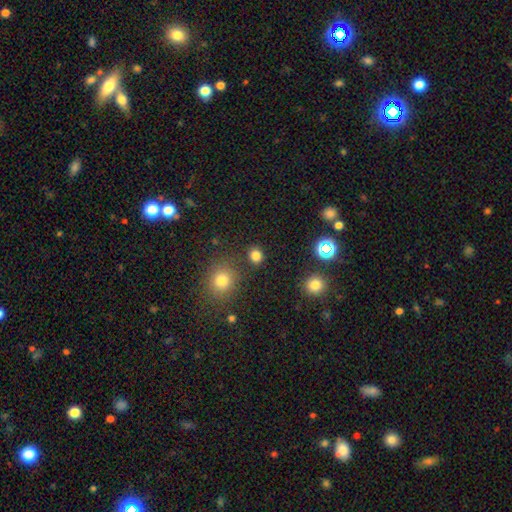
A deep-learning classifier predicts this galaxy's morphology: Q: Smooth or featured?
A: smooth (81%); runner-up: star or artifact (15%)
Q: How rounded?
A: round (75%); runner-up: in between (24%)
Q: Merging?
A: none (84%); runner-up: minor disturbance (9%)